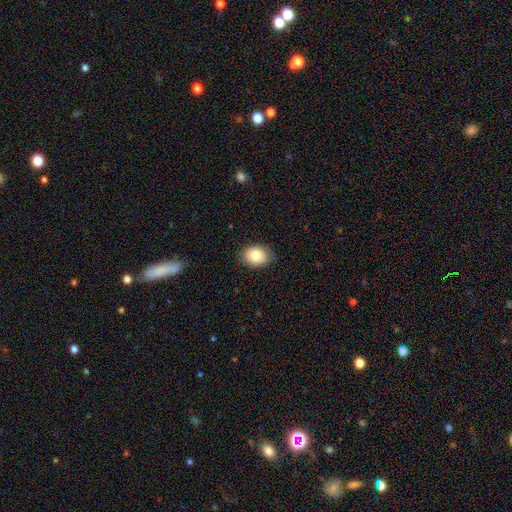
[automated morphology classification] Overall: smooth (81%). How rounded: in between (52%; round 47%). Merging: none (84%).